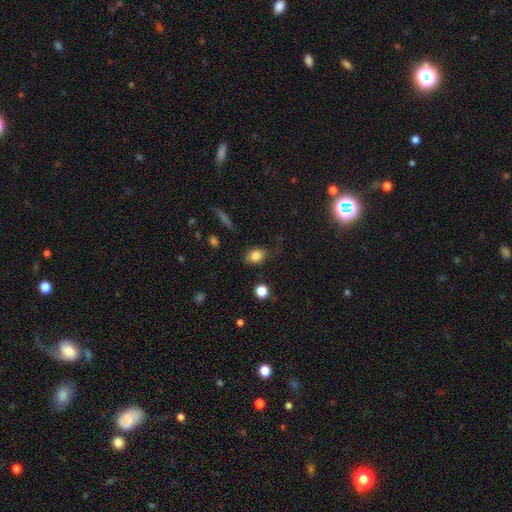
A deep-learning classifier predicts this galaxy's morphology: Smooth or featured? smooth (84%)
How rounded? in between (67%)
Merging? none (72%)